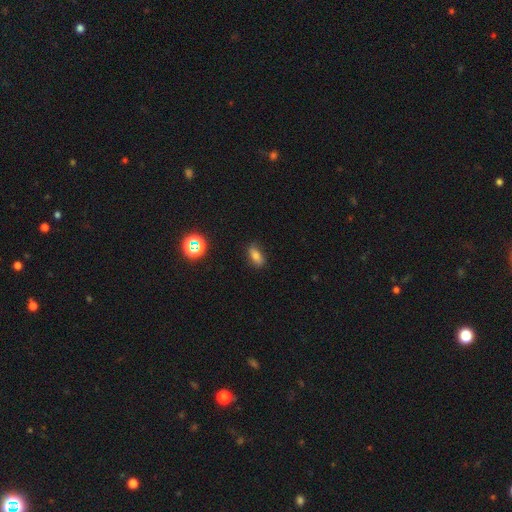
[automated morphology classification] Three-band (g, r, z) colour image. It shows a smooth galaxy with no disk features (74%) that is in between round and cigar-shaped (81%). Merging: none (82%).